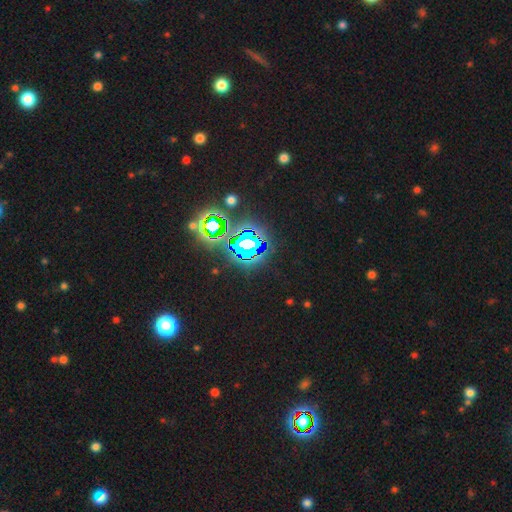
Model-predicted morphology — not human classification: Overall: star or artifact (82%).